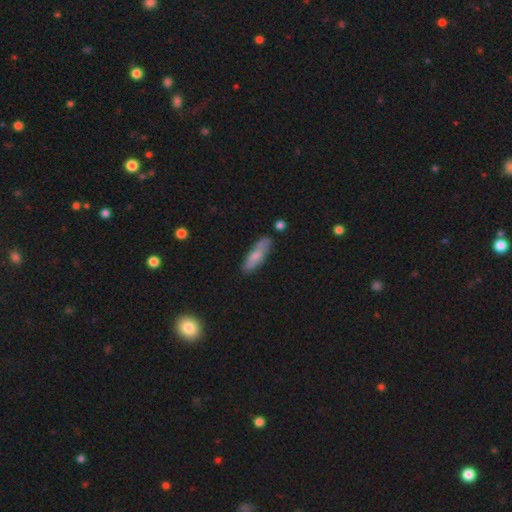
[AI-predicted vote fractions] Q: Smooth or featured?
A: smooth (62%); runner-up: featured or disk (31%)
Q: How rounded?
A: cigar-shaped (59%); runner-up: in between (38%)
Q: Merging?
A: none (74%); runner-up: minor disturbance (18%)